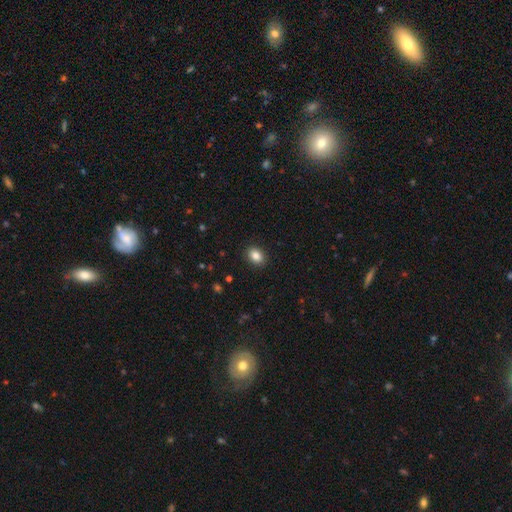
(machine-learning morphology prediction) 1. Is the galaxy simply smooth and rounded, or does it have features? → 86% smooth, 9% star or artifact, 5% featured or disk.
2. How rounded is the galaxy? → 64% in between, 36% round, 1% cigar-shaped.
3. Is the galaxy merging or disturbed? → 90% none, 7% minor disturbance, 2% major disturbance, 1% merger.